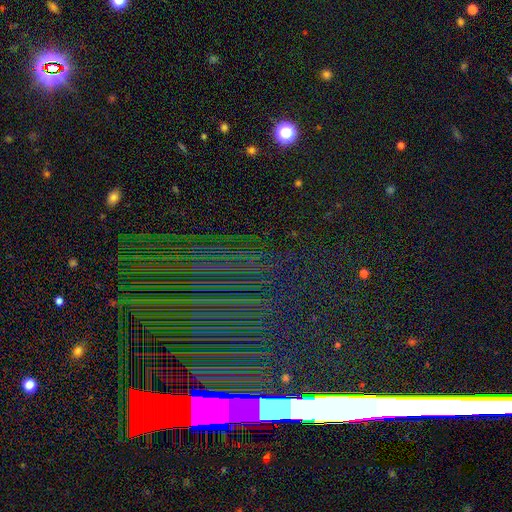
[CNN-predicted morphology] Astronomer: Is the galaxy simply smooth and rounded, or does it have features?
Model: star or artifact — 70%.